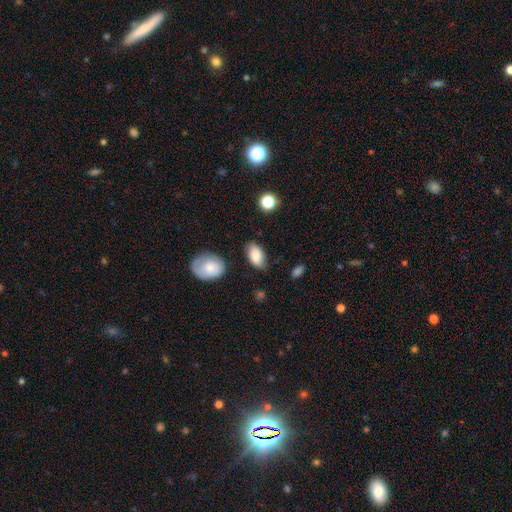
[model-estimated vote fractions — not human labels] A smooth galaxy with no disk features (84%) that is in between round and cigar-shaped (93%). Merging: none (76%).